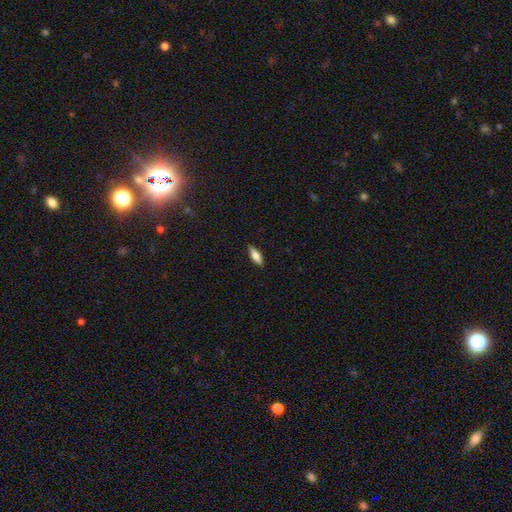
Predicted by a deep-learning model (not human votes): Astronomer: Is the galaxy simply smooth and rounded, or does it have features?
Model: smooth — 66%.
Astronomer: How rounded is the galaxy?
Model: in between — 58% (runner-up: cigar-shaped, 40%).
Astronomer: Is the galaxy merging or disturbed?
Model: none — 88%.